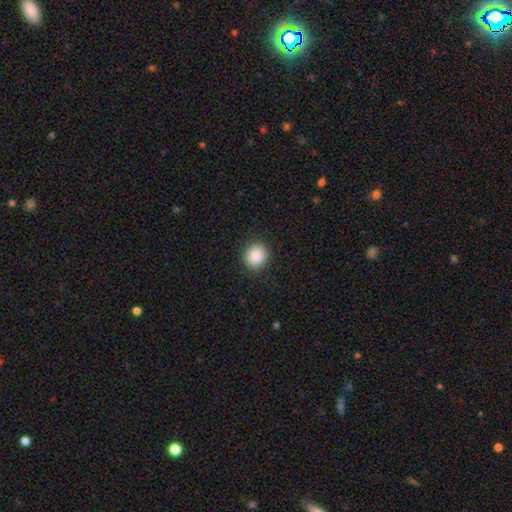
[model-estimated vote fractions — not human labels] A smooth galaxy with no disk features (89%) that is round (82%). Merging: none (90%).